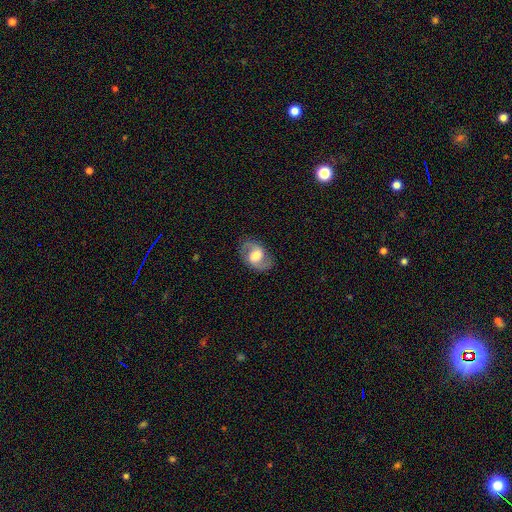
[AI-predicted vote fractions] A featured or disk galaxy (71%) with a weak bar (45%), 2 (91%) medium (53%) spiral arms (87%) and a moderate central bulge (44%).

Vote fractions:
- Smooth or featured? featured or disk: 71% / smooth: 22% / star or artifact: 6%
- Edge-on disk? no: 96% / yes: 4%
- Bar? weak: 45% / no: 38% / strong: 17%
- Spiral arms? yes: 87% / no: 13%
- Spiral winding? medium: 53% / loose: 25% / tight: 22%
- Spiral arm count? 2: 91% / can't tell: 4% / 1: 2% / 3: 1% / 4: 1% / more than 4: 1%
- Bulge size? moderate: 44% / large: 38% / small: 11% / dominant: 4% / none: 3%
- Merging? none: 83% / minor disturbance: 11% / major disturbance: 5% / merger: 1%